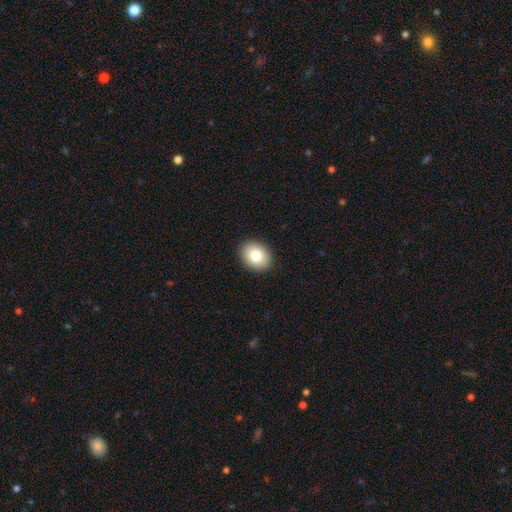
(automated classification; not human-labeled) Morphology: type=smooth (81%); roundness=in between (52%); merging=none (91%).